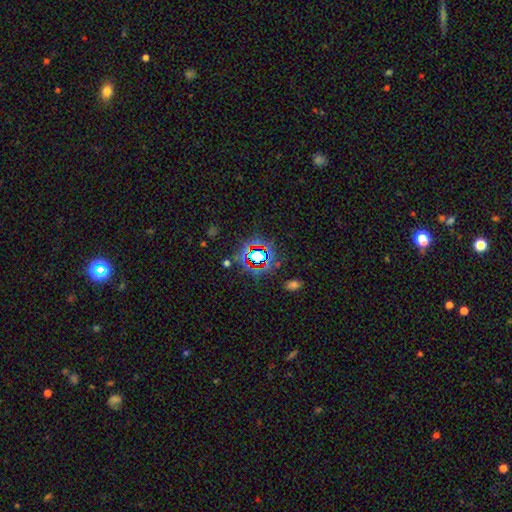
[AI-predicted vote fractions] Smooth or featured: star or artifact — 71% (smooth — 18%)